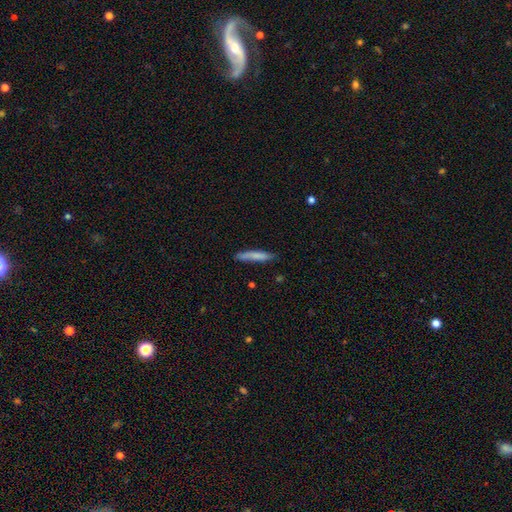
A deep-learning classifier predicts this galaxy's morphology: Q: Smooth or featured?
A: smooth (77%); runner-up: featured or disk (17%)
Q: How rounded?
A: cigar-shaped (91%); runner-up: in between (7%)
Q: Merging?
A: none (79%); runner-up: minor disturbance (16%)